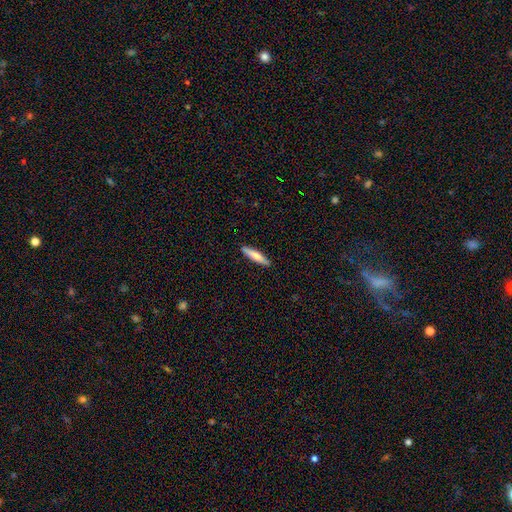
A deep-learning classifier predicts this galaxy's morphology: A smooth galaxy with no disk features (71%) that is cigar-shaped (85%).

Vote fractions:
- Smooth or featured? smooth: 71% / featured or disk: 23% / star or artifact: 5%
- How rounded? cigar-shaped: 85% / in between: 14% / round: 1%
- Merging? none: 90% / minor disturbance: 8% / major disturbance: 2% / merger: 1%